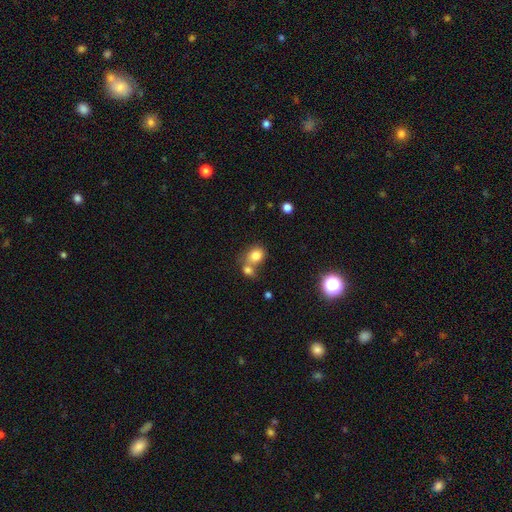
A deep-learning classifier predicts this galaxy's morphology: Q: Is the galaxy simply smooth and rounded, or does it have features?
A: smooth — 80%.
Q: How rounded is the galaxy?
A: round — 58%.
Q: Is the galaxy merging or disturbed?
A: merger — 48%.